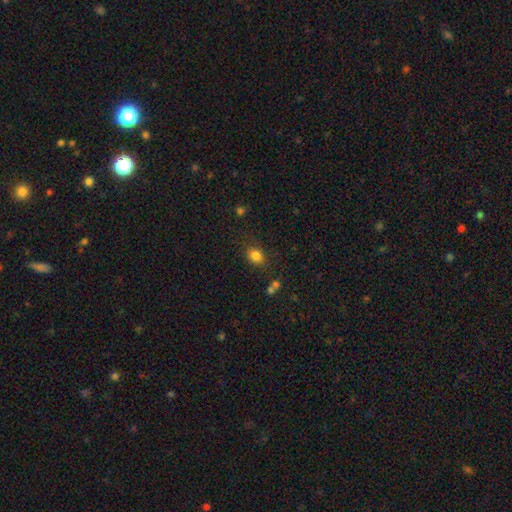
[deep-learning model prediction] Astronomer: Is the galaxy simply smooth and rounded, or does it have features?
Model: smooth — 82%.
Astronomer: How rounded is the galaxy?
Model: round — 55% (runner-up: in between, 44%).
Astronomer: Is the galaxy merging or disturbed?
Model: none — 79%.